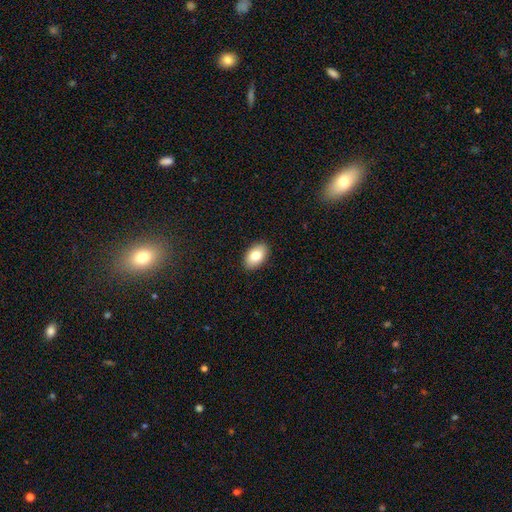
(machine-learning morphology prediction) Smooth or featured? smooth (82%)
How rounded? in between (92%)
Merging? none (89%)